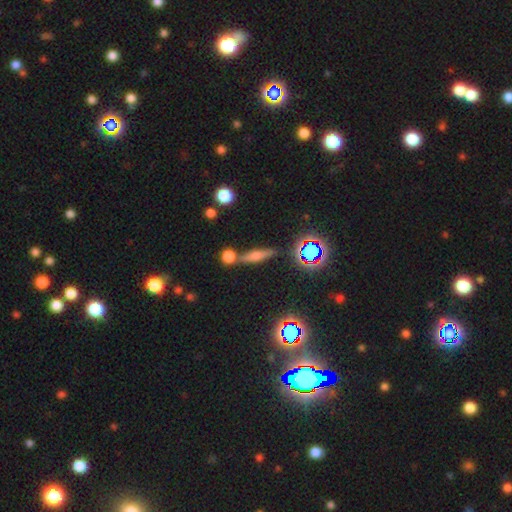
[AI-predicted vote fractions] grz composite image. It shows a smooth galaxy with no disk features (46%). Merging: none (68%).